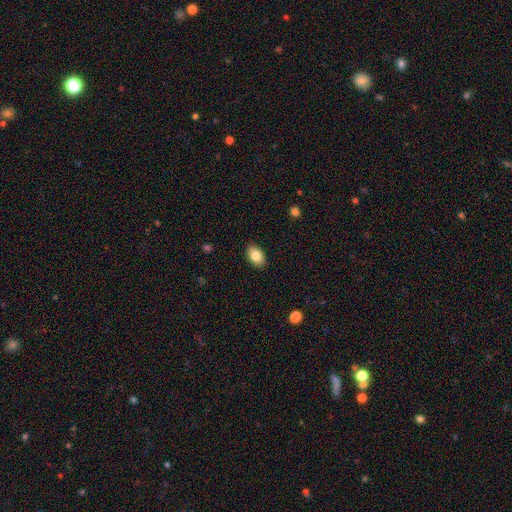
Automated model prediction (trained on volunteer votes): Smooth or featured? Predicted: smooth (p=0.84). How rounded? Predicted: in between (p=0.86). Merging? Predicted: none (p=0.89).